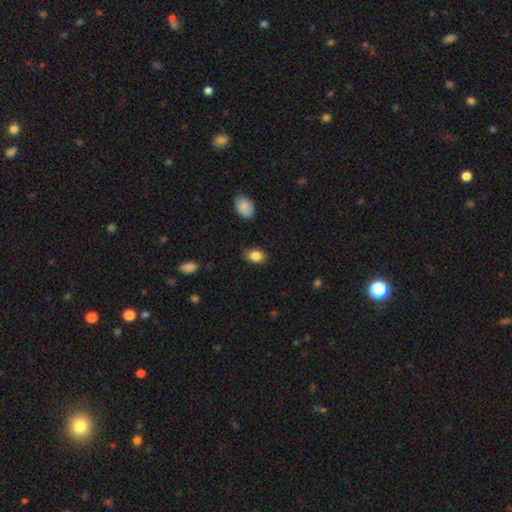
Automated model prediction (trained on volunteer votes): Morphology: type=smooth (86%); roundness=in between (82%); merging=none (86%).